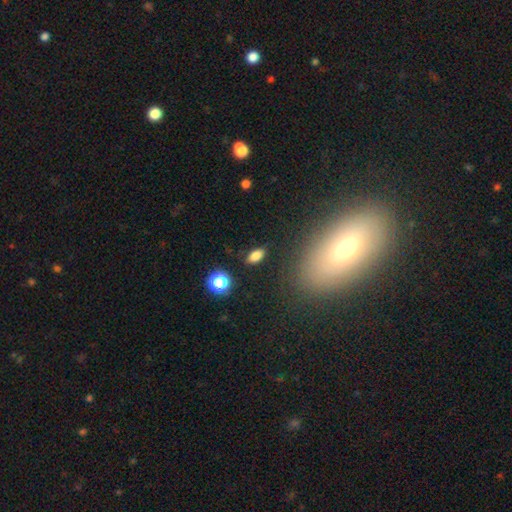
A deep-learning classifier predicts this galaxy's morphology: Overall: smooth (81%). How rounded: in between (86%). Merging: none (86%).